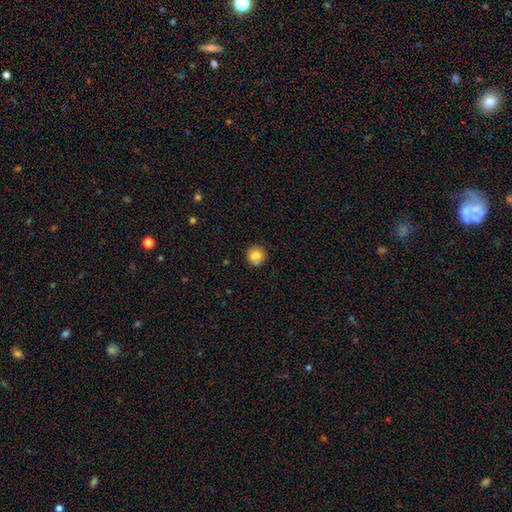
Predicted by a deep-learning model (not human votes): smooth-or-featured: smooth: 76% | featured or disk: 14% | star or artifact: 10%
  how-rounded: round: 85% | in between: 14% | cigar-shaped: 1%
  merging: none: 63% | merger: 18% | minor disturbance: 14% | major disturbance: 4%